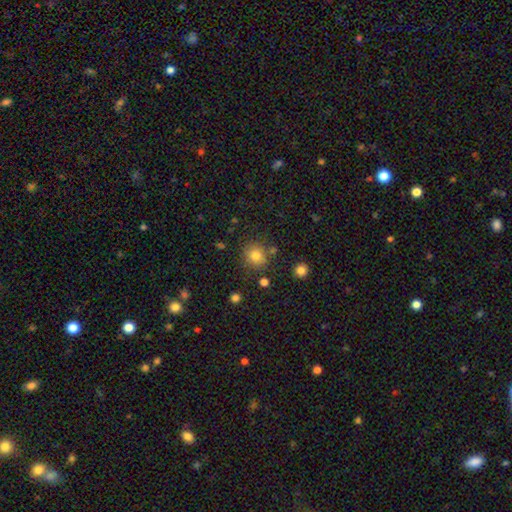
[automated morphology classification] A smooth galaxy with no disk features (80%) that is round (85%).

Vote fractions:
- Smooth or featured? smooth: 80% / star or artifact: 13% / featured or disk: 7%
- How rounded? round: 85% / in between: 14% / cigar-shaped: 1%
- Merging? none: 80% / minor disturbance: 11% / merger: 6% / major disturbance: 4%